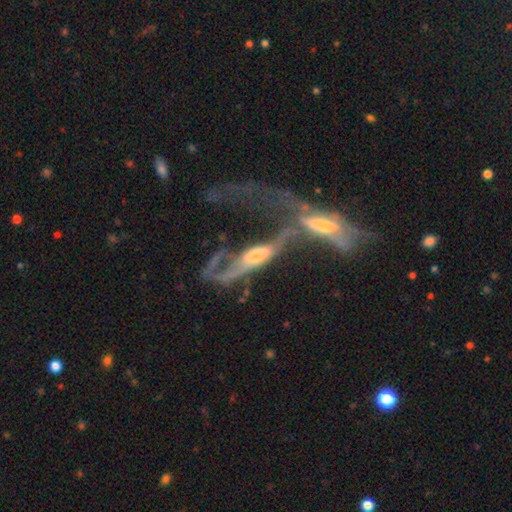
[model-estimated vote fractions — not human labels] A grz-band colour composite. It shows a featured or disk galaxy (75%). Merging: merger (68%).